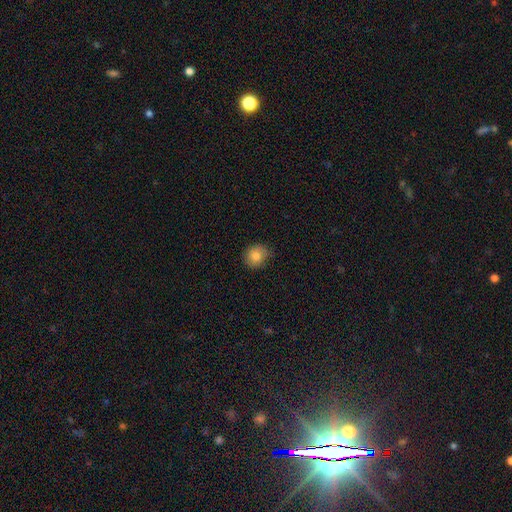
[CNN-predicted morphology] smooth_or_featured: smooth (p=0.82) [alt: featured or disk p=0.09]
how_rounded: round (p=0.77) [alt: in between p=0.22]
merging: none (p=0.79) [alt: minor disturbance p=0.18]